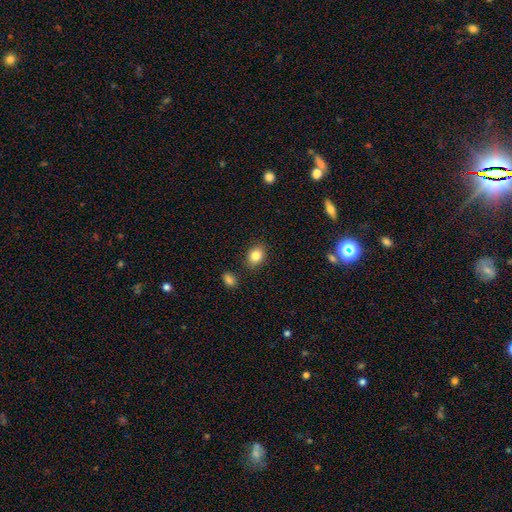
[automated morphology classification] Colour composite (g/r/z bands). It shows a smooth galaxy with no disk features (84%) that is in between round and cigar-shaped (58%). Merging: none (84%).